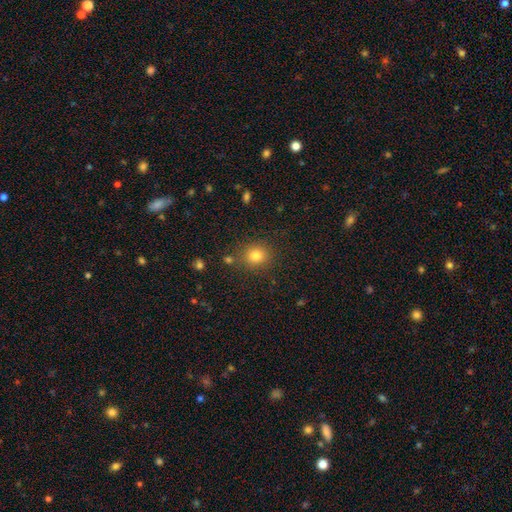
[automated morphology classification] Smooth or featured? Predicted: smooth (p=0.81). How rounded? Predicted: round (p=0.81). Merging? Predicted: none (p=0.83).